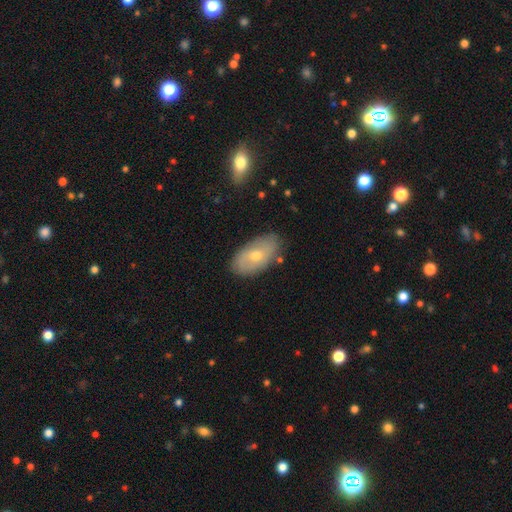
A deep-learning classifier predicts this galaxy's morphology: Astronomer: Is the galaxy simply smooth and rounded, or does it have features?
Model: smooth — 52% (runner-up: featured or disk, 40%).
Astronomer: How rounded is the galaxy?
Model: in between — 93%.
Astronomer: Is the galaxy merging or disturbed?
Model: none — 80%.